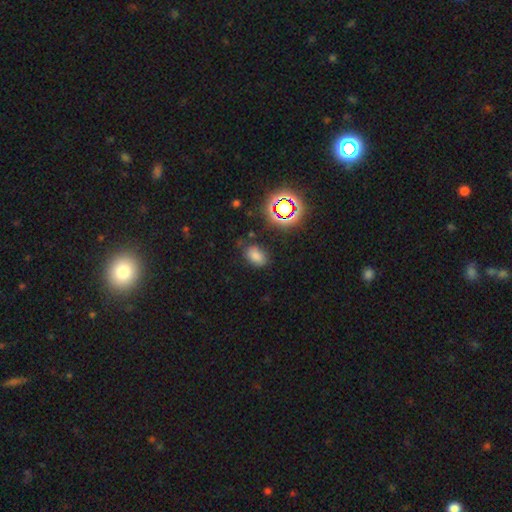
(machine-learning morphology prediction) Overall: smooth (73%). How rounded: in between (86%). Merging: none (78%).